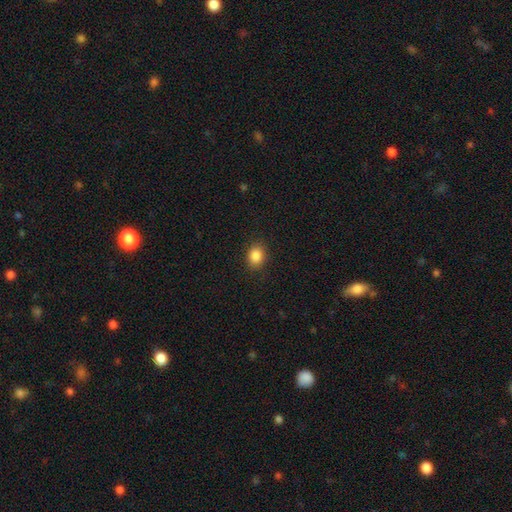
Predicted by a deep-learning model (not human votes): This is clearly a smooth galaxy (87%). How rounded: possibly round (51%). Merging: clearly none (88%).